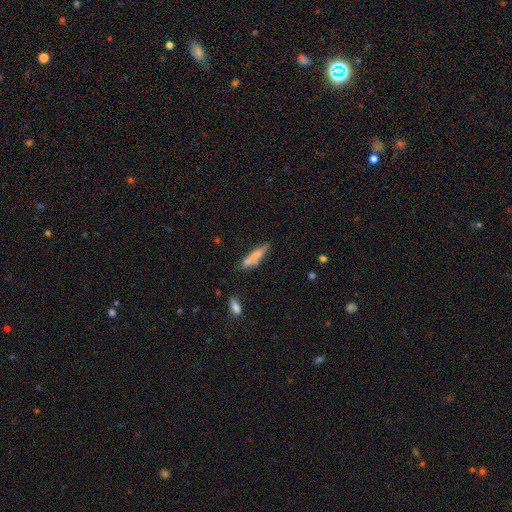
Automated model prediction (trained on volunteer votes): Q: Smooth or featured?
A: smooth (69%); runner-up: featured or disk (23%)
Q: How rounded?
A: cigar-shaped (79%); runner-up: in between (19%)
Q: Merging?
A: none (56%); runner-up: minor disturbance (21%)